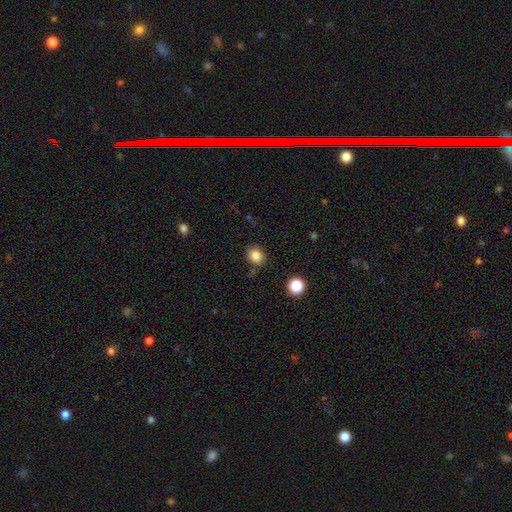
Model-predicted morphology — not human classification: Overall: smooth (85%). How rounded: round (64%; in between 35%). Merging: none (79%).